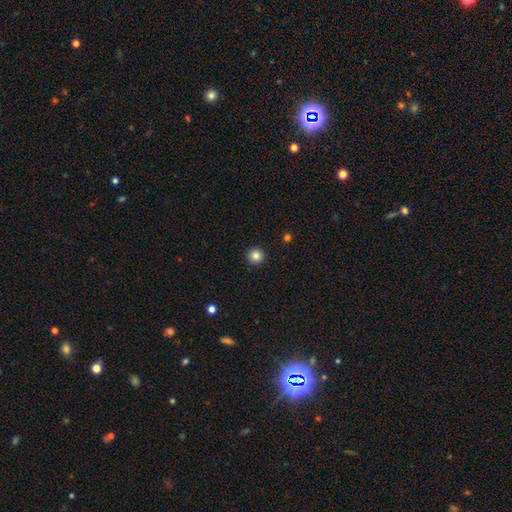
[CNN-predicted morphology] Smooth or featured?
  - smooth: 85% *
  - star or artifact: 11%
  - featured or disk: 4%
How rounded?
  - round: 96% *
  - in between: 3%
  - cigar-shaped: 1%
Merging?
  - none: 93% *
  - minor disturbance: 4%
  - major disturbance: 1%
  - merger: 1%